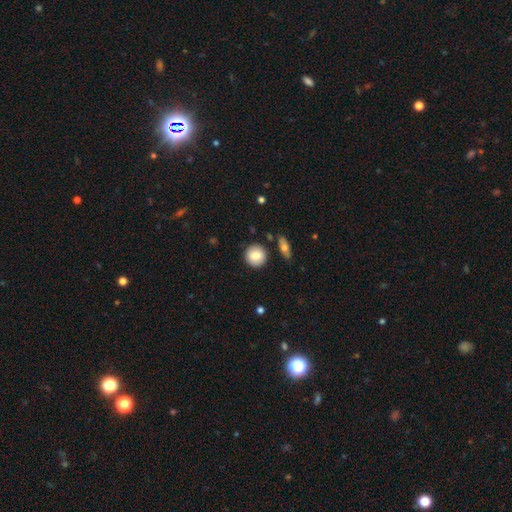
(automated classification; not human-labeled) A smooth galaxy with no disk features (80%) that is round (92%).

Vote fractions:
- Smooth or featured? smooth: 80% / featured or disk: 12% / star or artifact: 7%
- How rounded? round: 92% / in between: 7% / cigar-shaped: 1%
- Merging? none: 87% / minor disturbance: 7% / merger: 3% / major disturbance: 2%